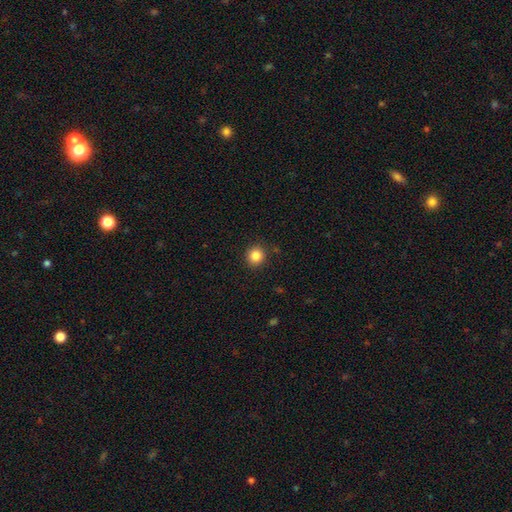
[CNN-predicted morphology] Smooth or featured? smooth (84%)
How rounded? round (91%)
Merging? none (90%)